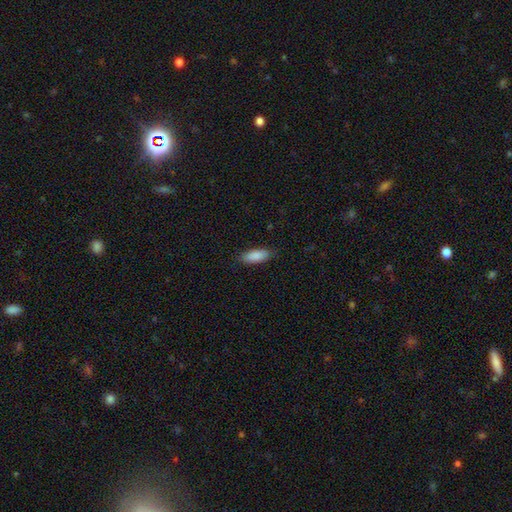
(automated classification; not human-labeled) smooth-or-featured: smooth: 89% | star or artifact: 6% | featured or disk: 5%
  how-rounded: in between: 77% | cigar-shaped: 22% | round: 2%
  merging: none: 86% | minor disturbance: 10% | major disturbance: 2% | merger: 1%